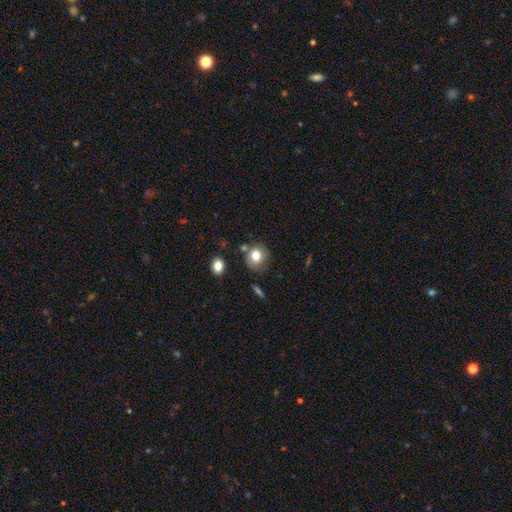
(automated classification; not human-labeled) This appears to be a smooth galaxy with no disk features (77%) that is round (77%). Merging: none (72%).